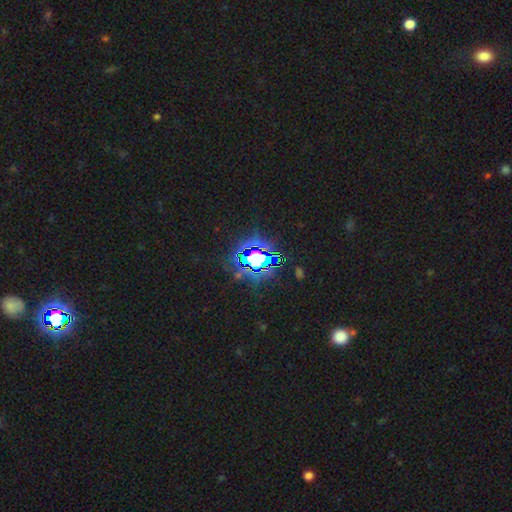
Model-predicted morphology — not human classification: Smooth or featured? star or artifact (78%)